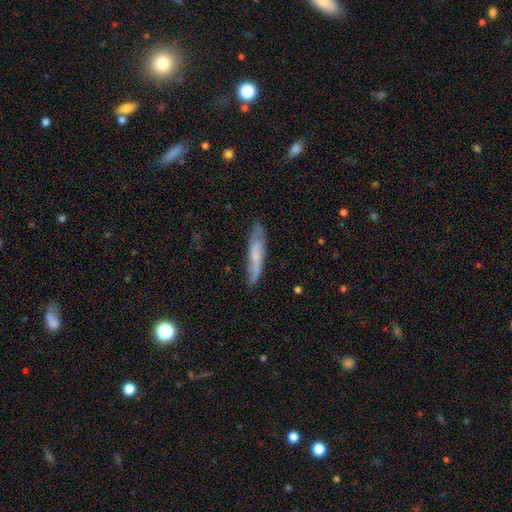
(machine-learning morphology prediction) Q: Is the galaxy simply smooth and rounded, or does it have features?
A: smooth — 54%.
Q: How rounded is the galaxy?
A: cigar-shaped — 86%.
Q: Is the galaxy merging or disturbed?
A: none — 77%.